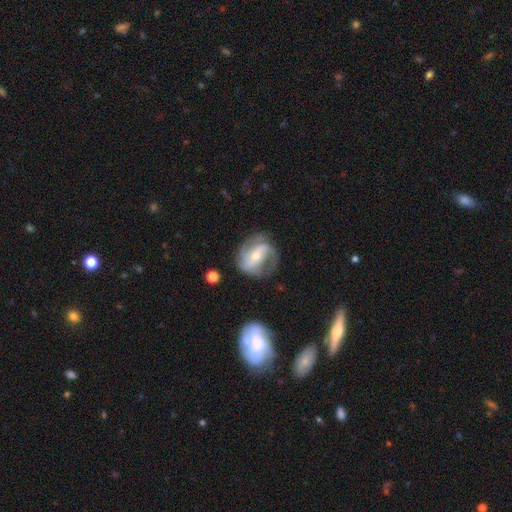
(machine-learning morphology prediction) A featured or disk galaxy (77%) with a strong bar (43%), 2 (66%) medium (41%) spiral arms (88%) and a moderate central bulge (48%, tied with small).

Vote fractions:
- Smooth or featured? featured or disk: 77% / smooth: 16% / star or artifact: 7%
- Edge-on disk? no: 95% / yes: 5%
- Bar? strong: 43% / weak: 33% / no: 24%
- Spiral arms? yes: 88% / no: 12%
- Spiral winding? medium: 41% / loose: 33% / tight: 26%
- Spiral arm count? 2: 66% / can't tell: 15% / 3: 10% / 1: 5% / 4: 2% / more than 4: 2%
- Bulge size? moderate: 48% (tied) / small: 48% (tied) / large: 2% / none: 1% / dominant: 1%
- Merging? none: 68% / minor disturbance: 19% / major disturbance: 11% / merger: 2%